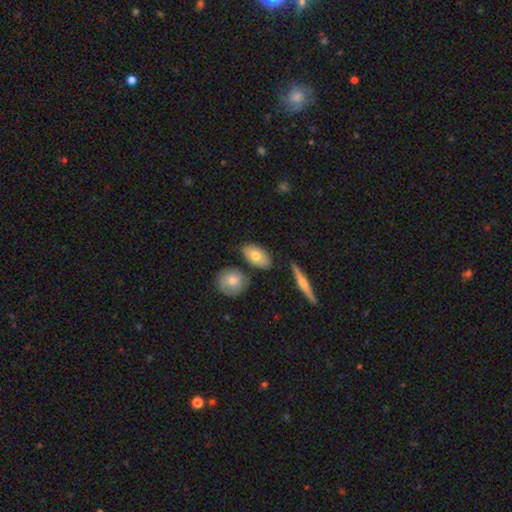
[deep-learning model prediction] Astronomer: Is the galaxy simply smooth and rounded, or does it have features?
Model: smooth — 71%.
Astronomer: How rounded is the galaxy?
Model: in between — 89%.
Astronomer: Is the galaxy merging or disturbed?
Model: none — 77%.